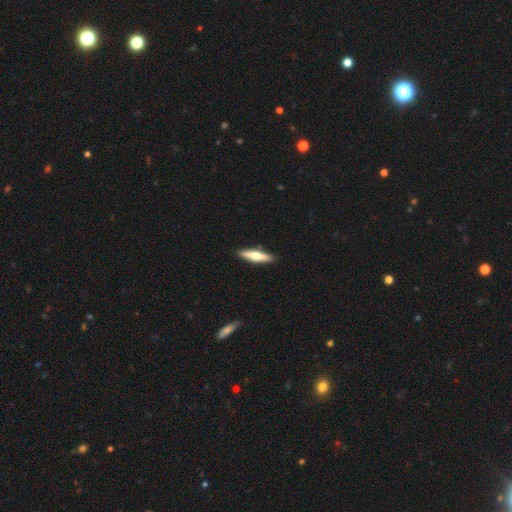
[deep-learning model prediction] A smooth galaxy with no disk features (48%).

Vote fractions:
- Smooth or featured? smooth: 48% / featured or disk: 46% / star or artifact: 5%
- Merging? none: 90% / minor disturbance: 7% / major disturbance: 2% / merger: 1%